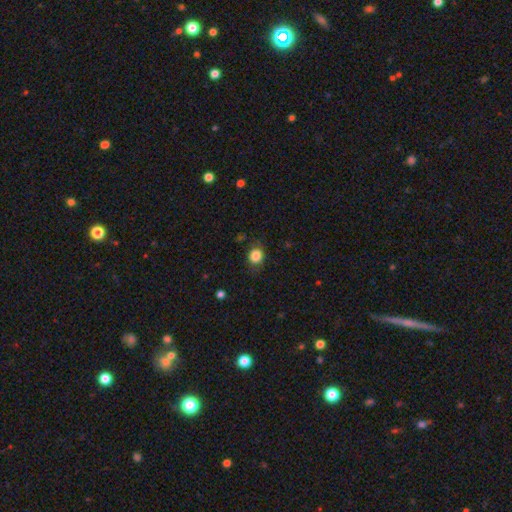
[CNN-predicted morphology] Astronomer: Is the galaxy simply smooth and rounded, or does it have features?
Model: smooth — 84%.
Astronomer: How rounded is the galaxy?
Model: round — 61% (runner-up: in between, 38%).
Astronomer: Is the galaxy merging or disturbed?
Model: none — 77%.